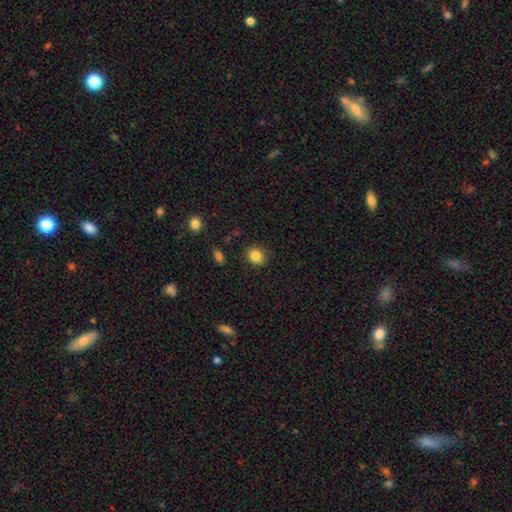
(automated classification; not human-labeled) A smooth galaxy with no disk features (84%) that is round (65%). Merging: none (87%).